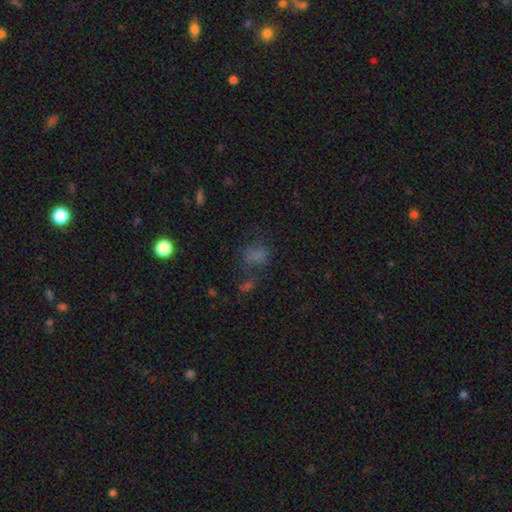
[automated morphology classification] smooth_or_featured: smooth (p=0.68) [alt: star or artifact p=0.22]
how_rounded: in between (p=0.57) [alt: round p=0.41]
merging: none (p=0.50) [alt: minor disturbance p=0.19]